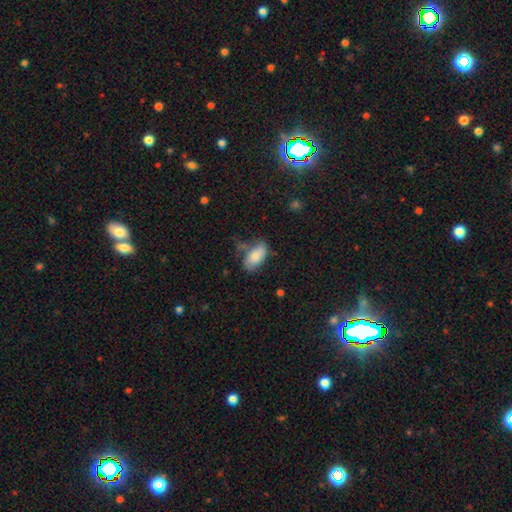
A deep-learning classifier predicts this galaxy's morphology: Q: Smooth or featured?
A: smooth (80%); runner-up: featured or disk (13%)
Q: How rounded?
A: in between (93%); runner-up: cigar-shaped (4%)
Q: Merging?
A: none (55%); runner-up: minor disturbance (28%)